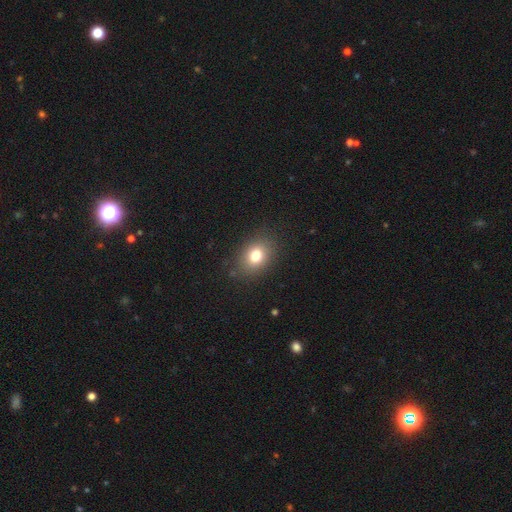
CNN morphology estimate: Smooth or featured: smooth — 77% (star or artifact — 12%)
How rounded: in between — 63% (round — 36%)
Merging: none — 84% (minor disturbance — 11%)